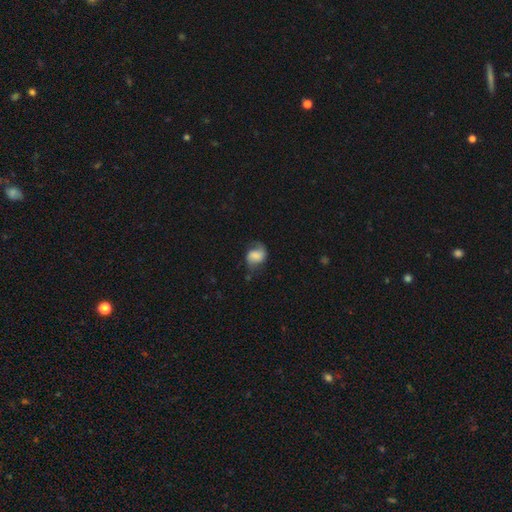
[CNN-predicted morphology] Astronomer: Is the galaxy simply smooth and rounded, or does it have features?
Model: smooth — 50% (runner-up: featured or disk, 41%).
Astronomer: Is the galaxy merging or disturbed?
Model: none — 51% (runner-up: minor disturbance, 29%).